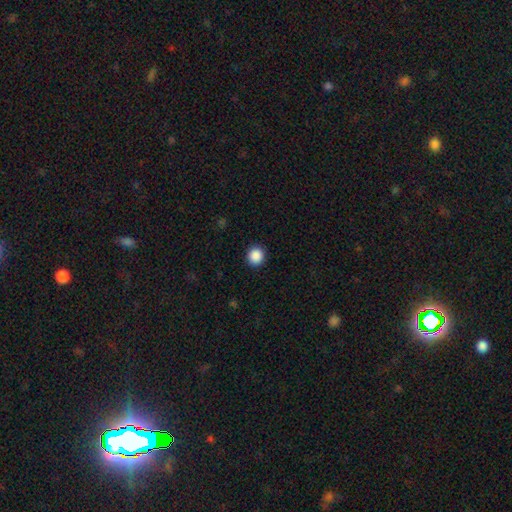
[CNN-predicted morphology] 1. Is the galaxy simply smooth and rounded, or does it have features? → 88% smooth, 9% star or artifact, 2% featured or disk.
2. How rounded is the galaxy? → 93% round, 6% in between, 1% cigar-shaped.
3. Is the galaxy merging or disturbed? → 92% none, 5% minor disturbance, 2% major disturbance, 1% merger.